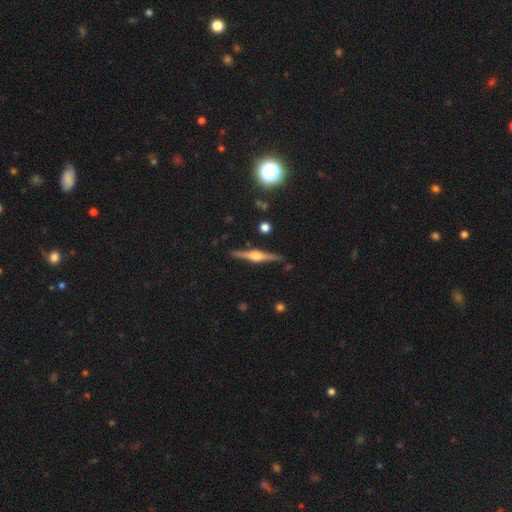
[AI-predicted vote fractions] Morphology: type=featured or disk (80%); edge-on=yes (98%); edge-on bulge=rounded (89%); merging=none (88%).